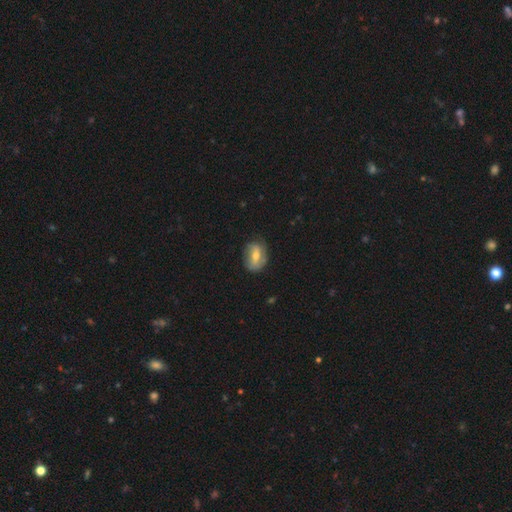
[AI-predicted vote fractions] This appears to be a featured or disk galaxy (49%). Merging: none (69%).